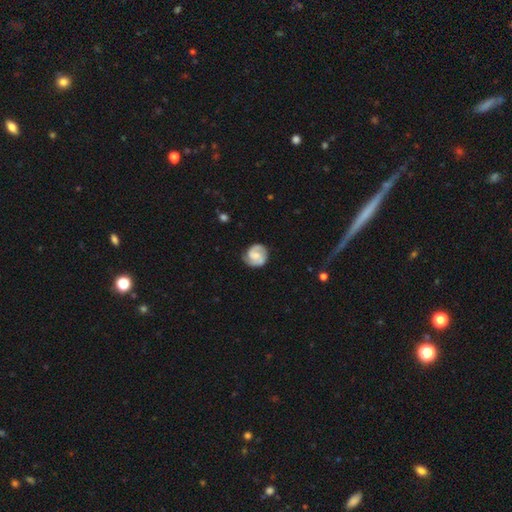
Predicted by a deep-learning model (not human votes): Smooth or featured? Predicted: featured or disk (p=0.61). Edge-on disk? Predicted: no (p=0.98). Bar? Predicted: no (p=0.51). Spiral arms? Predicted: yes (p=0.91). Spiral winding? Predicted: tight (p=0.44). Spiral arm count? Predicted: 2 (p=0.73). Bulge size? Predicted: small (p=0.42). Merging? Predicted: none (p=0.75).